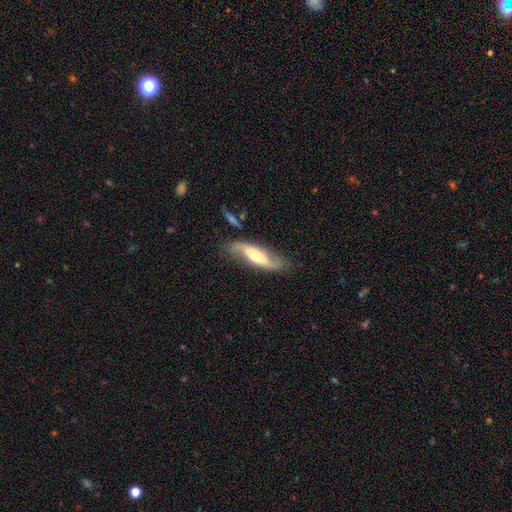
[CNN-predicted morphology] smooth_or_featured: featured or disk (p=0.70) [alt: smooth p=0.24]
disk_edge_on: no (p=0.80) [alt: yes p=0.20]
bar: no (p=0.42) [alt: weak p=0.33]
has_spiral_arms: yes (p=0.90) [alt: no p=0.10]
bulge_size: moderate (p=0.59) [alt: small p=0.26]
merging: none (p=0.71) [alt: minor disturbance p=0.19]